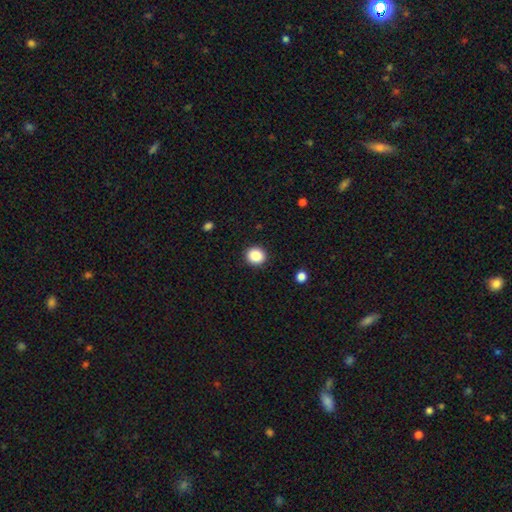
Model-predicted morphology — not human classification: smooth-or-featured: smooth: 87% | star or artifact: 9% | featured or disk: 3%
  how-rounded: round: 86% | in between: 13% | cigar-shaped: 1%
  merging: none: 91% | minor disturbance: 6% | major disturbance: 2% | merger: 1%